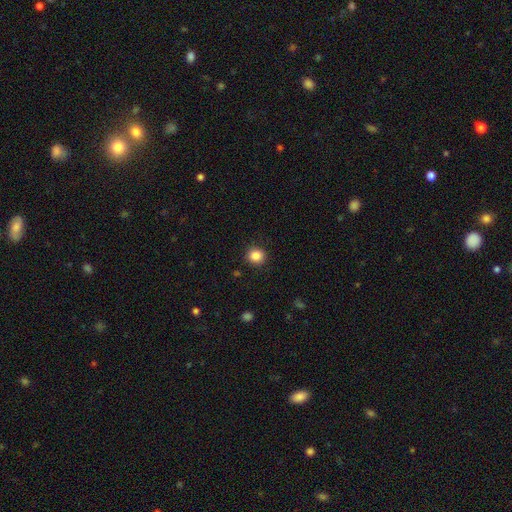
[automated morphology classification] Smooth or featured?
  - smooth: 85% *
  - star or artifact: 10%
  - featured or disk: 4%
How rounded?
  - round: 90% *
  - in between: 9%
  - cigar-shaped: 1%
Merging?
  - none: 91% *
  - minor disturbance: 6%
  - major disturbance: 2%
  - merger: 1%